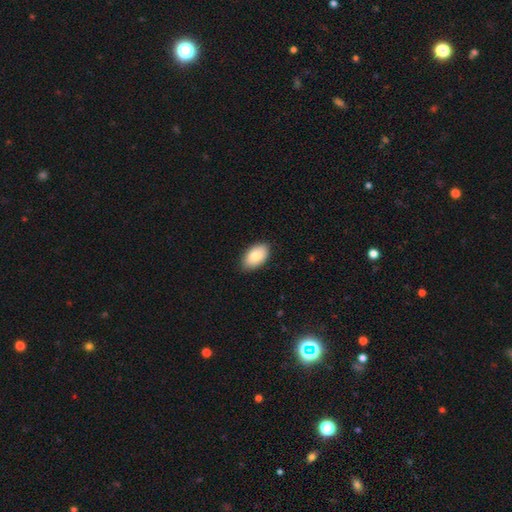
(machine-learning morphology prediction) This appears to be a smooth galaxy with no disk features (87%) that is in between round and cigar-shaped (95%). Merging: none (85%).